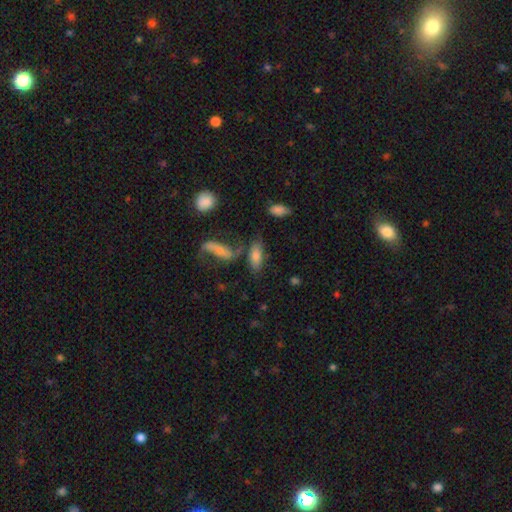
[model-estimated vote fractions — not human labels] Smooth or featured? Predicted: smooth (p=0.69). How rounded? Predicted: in between (p=0.79). Merging? Predicted: none (p=0.53).